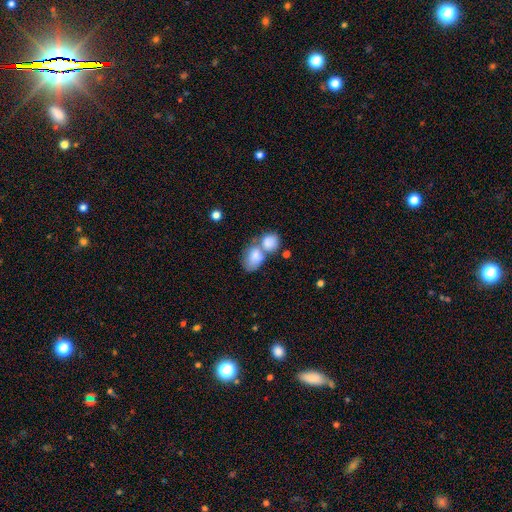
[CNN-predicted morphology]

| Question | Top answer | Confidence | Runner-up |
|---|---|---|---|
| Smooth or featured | smooth | 79% | featured or disk (14%) |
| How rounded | in between | 72% | round (26%) |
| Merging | merger | 66% | none (20%) |